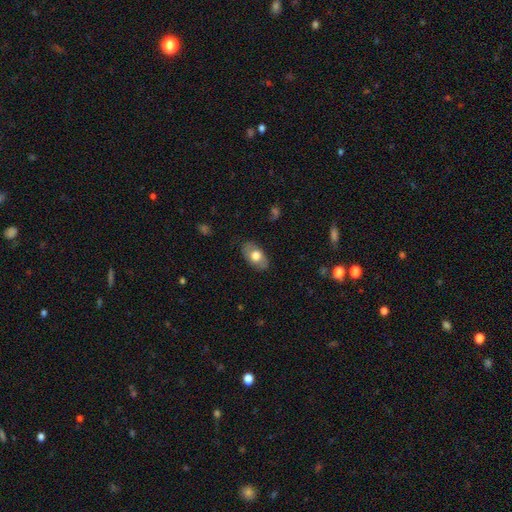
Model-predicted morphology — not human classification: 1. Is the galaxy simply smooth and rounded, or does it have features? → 66% smooth, 28% featured or disk, 6% star or artifact.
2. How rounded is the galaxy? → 92% in between, 7% round, 2% cigar-shaped.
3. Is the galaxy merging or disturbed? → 81% none, 14% minor disturbance, 3% major disturbance, 1% merger.